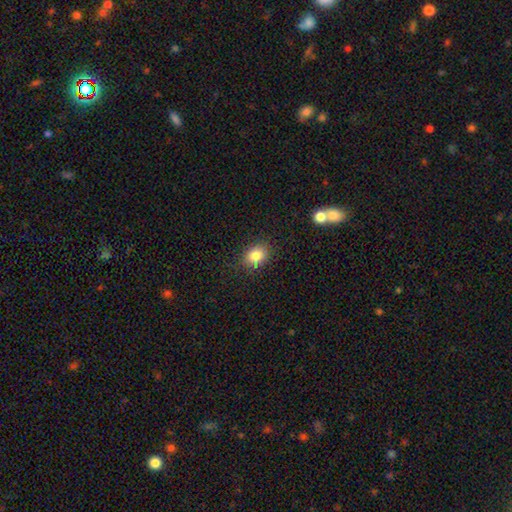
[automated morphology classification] smooth 83%, star or artifact 10%, featured or disk 7%. Down the decision tree: how rounded — in between (61%); merging — none (83%).